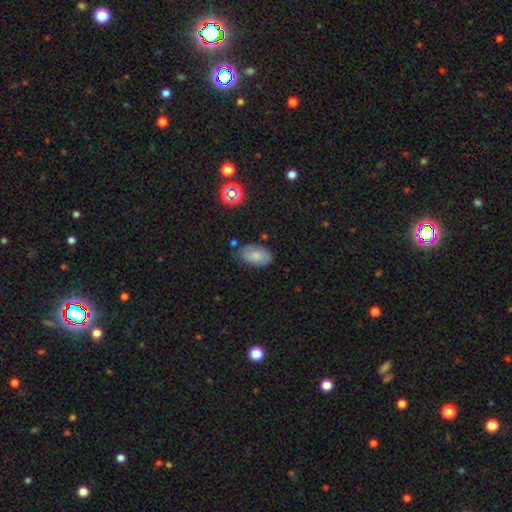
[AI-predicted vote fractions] Smooth or featured? smooth (71%)
How rounded? in between (92%)
Merging? none (73%)